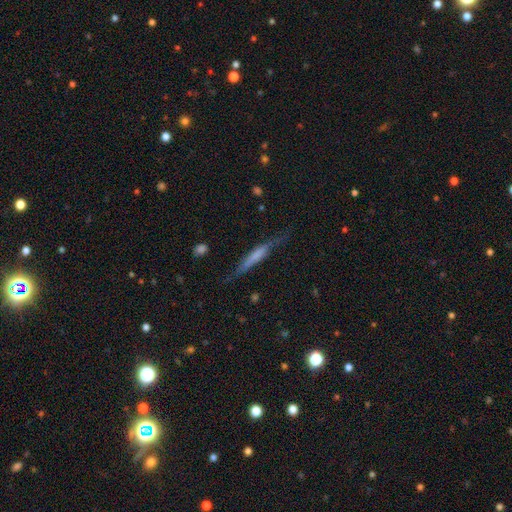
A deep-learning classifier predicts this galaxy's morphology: Smooth or featured? featured or disk (51%)
Edge-on disk? yes (89%)
Merging? none (67%)